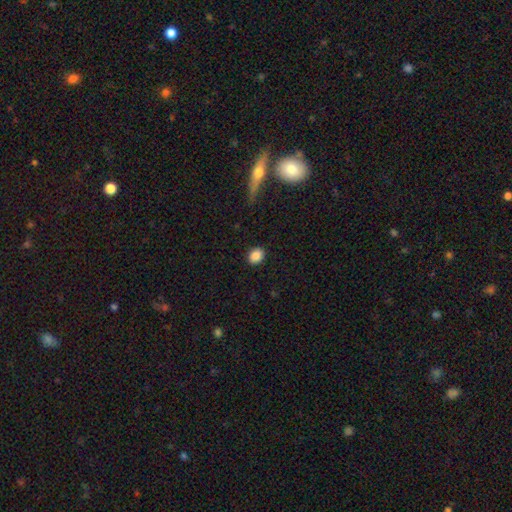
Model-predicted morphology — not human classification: This is clearly a smooth galaxy (87%). How rounded: possibly round (54%). Merging: clearly none (89%).